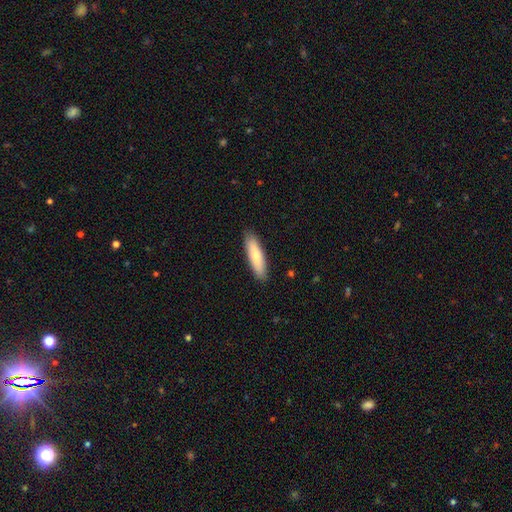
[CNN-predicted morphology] This is likely a smooth galaxy (76%). How rounded: likely cigar-shaped (72%). Merging: clearly none (89%).